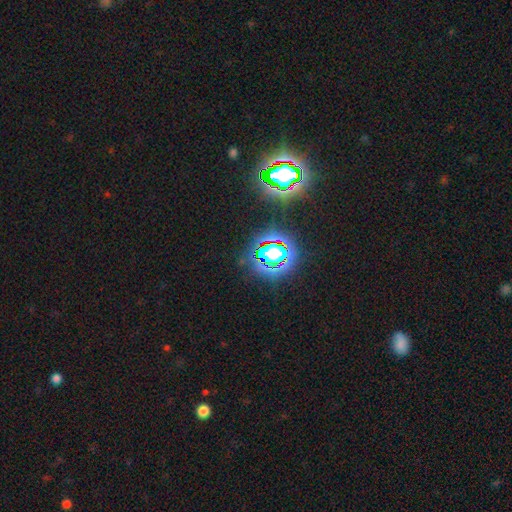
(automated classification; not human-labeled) A star or artifact, not a galaxy (79%).

Vote fractions:
- Smooth or featured? star or artifact: 79% / smooth: 13% / featured or disk: 7%